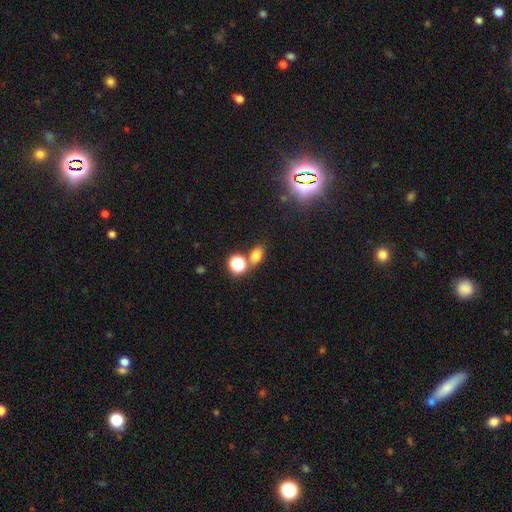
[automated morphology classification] type=smooth (73%); roundness=in between (71%); merging=none (68%).